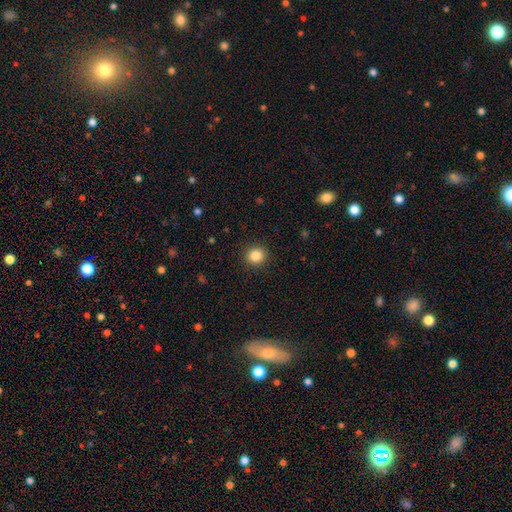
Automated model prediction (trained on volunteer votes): The model was most divided on "smooth or featured": smooth: 85%, star or artifact: 11%, featured or disk: 4%. More confident: merging — none (91%); how rounded — round (88%).